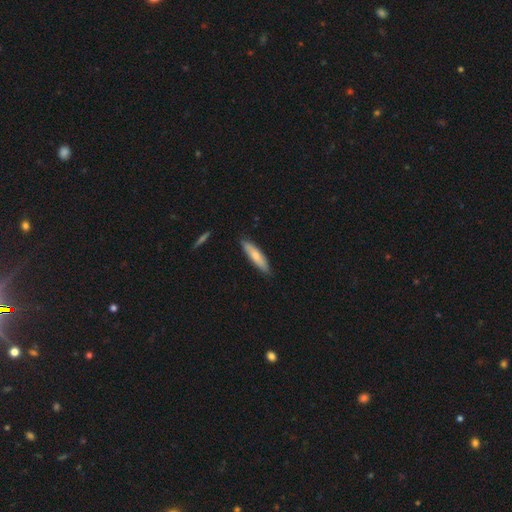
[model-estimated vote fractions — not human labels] smooth_or_featured: smooth (p=0.72) [alt: featured or disk p=0.23]
how_rounded: cigar-shaped (p=0.77) [alt: in between p=0.22]
merging: none (p=0.86) [alt: minor disturbance p=0.11]